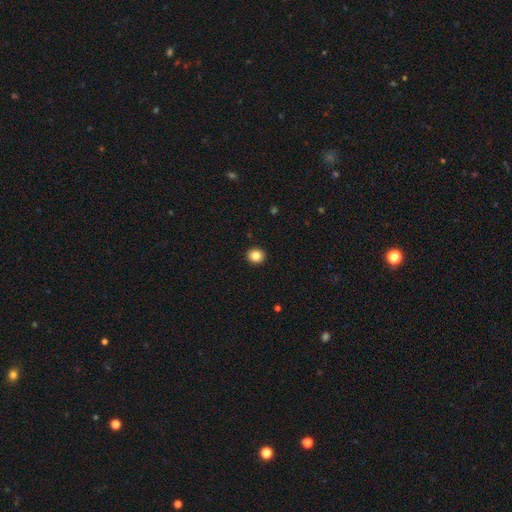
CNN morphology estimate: This is clearly a smooth galaxy (84%). How rounded: clearly round (90%). Merging: clearly none (93%).